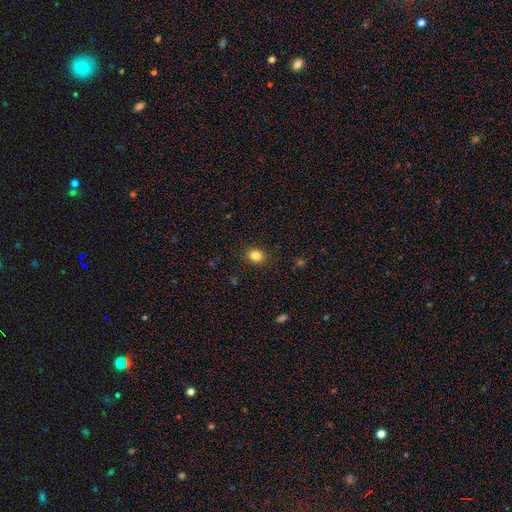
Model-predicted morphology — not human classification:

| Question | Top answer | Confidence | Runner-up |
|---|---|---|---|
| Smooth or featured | smooth | 84% | star or artifact (11%) |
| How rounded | round | 58% | in between (41%) |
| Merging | none | 89% | minor disturbance (8%) |